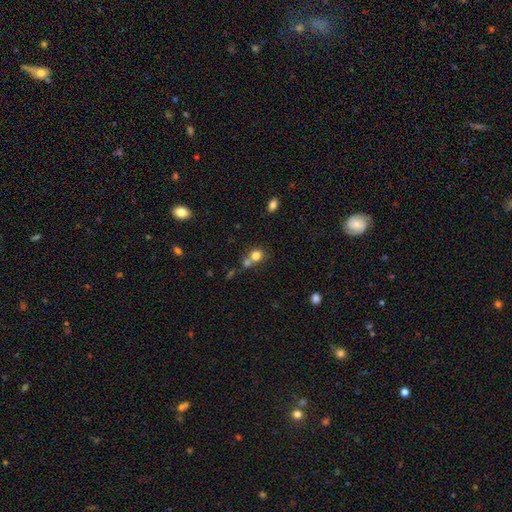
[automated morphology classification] Smooth or featured?
  - smooth: 78% *
  - star or artifact: 12%
  - featured or disk: 10%
How rounded?
  - round: 78% *
  - in between: 21%
  - cigar-shaped: 1%
Merging?
  - merger: 45% *
  - none: 43%
  - minor disturbance: 8%
  - major disturbance: 4%